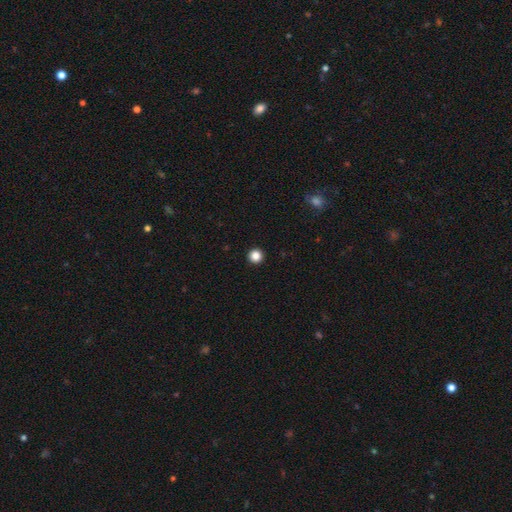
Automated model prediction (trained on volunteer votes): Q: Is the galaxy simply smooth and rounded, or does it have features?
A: smooth — 86%.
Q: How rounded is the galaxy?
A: round — 97%.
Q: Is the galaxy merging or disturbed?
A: none — 95%.